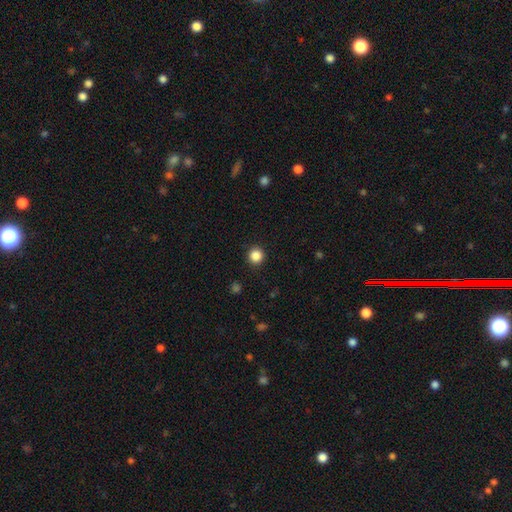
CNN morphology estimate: Smooth or featured?
  - smooth: 86% *
  - star or artifact: 11%
  - featured or disk: 3%
How rounded?
  - round: 95% *
  - in between: 4%
  - cigar-shaped: 1%
Merging?
  - none: 92% *
  - minor disturbance: 5%
  - major disturbance: 2%
  - merger: 1%